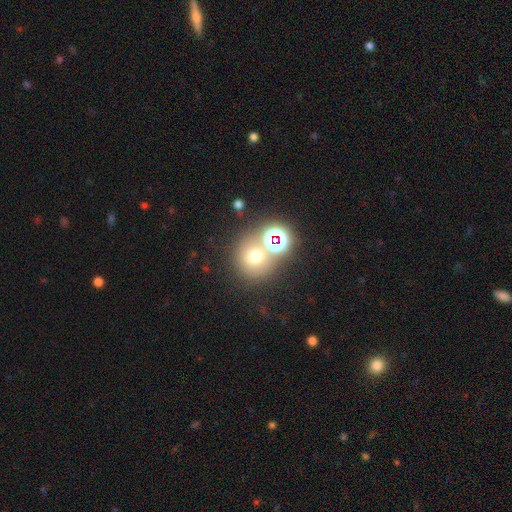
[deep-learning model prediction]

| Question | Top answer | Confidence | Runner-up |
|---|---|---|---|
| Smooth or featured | smooth | 60% | star or artifact (27%) |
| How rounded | round | 84% | in between (15%) |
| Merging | none | 57% | merger (29%) |